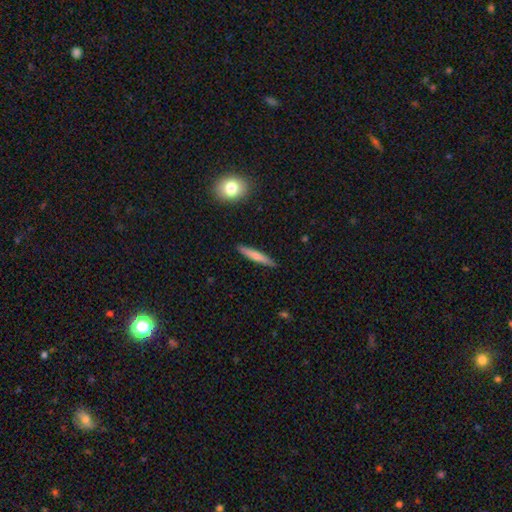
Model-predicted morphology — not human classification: smooth 68%, featured or disk 26%, star or artifact 6%. Down the decision tree: how rounded — cigar-shaped (93%); merging — none (90%).